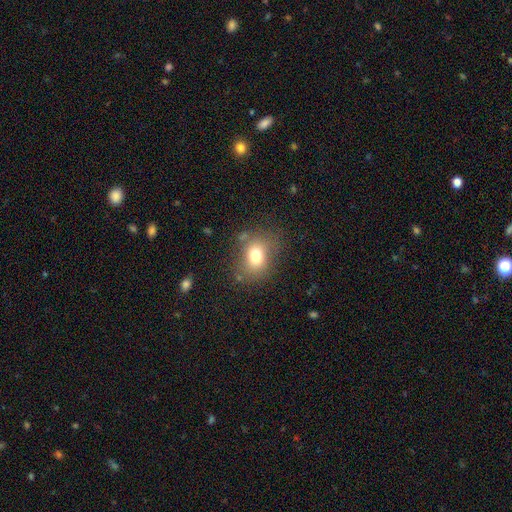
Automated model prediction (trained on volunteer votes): Smooth or featured? smooth (74%)
How rounded? in between (54%)
Merging? none (72%)